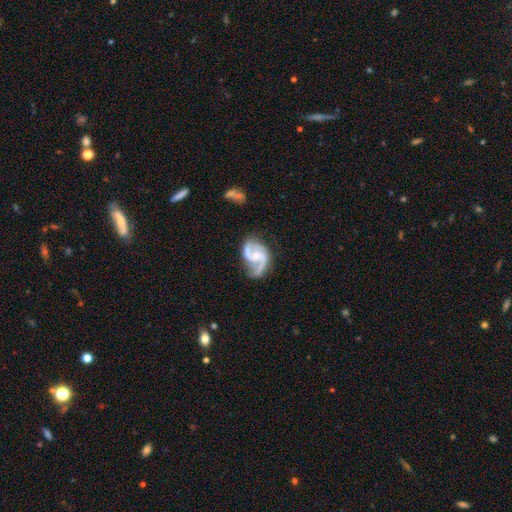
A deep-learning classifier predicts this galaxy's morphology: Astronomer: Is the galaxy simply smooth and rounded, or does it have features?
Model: featured or disk — 90%.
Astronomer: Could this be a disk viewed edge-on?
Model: no — 98%.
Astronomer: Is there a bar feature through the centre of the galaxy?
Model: no — 50% (runner-up: weak, 40%).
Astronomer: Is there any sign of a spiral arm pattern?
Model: yes — 97%.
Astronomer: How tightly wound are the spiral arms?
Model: medium — 55%.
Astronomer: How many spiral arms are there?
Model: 2 — 89%.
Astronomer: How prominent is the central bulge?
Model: small — 49% (runner-up: moderate, 43%).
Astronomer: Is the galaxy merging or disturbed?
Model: none — 63%.